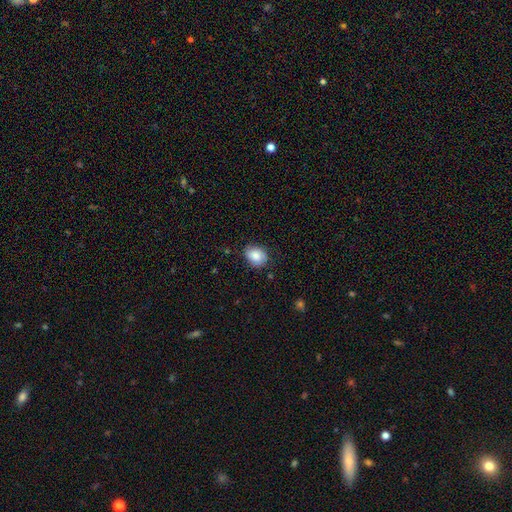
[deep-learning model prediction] Smooth or featured?
  - smooth: 83% *
  - featured or disk: 9%
  - star or artifact: 8%
How rounded?
  - in between: 59% *
  - round: 40%
  - cigar-shaped: 1%
Merging?
  - none: 77% *
  - minor disturbance: 18%
  - major disturbance: 3%
  - merger: 1%